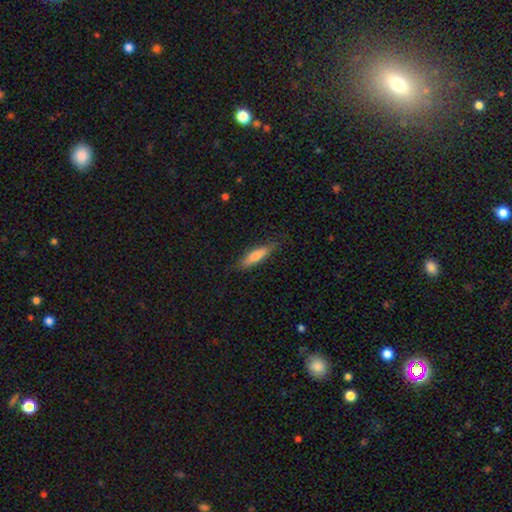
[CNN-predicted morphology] Smooth or featured?
  - smooth: 75% *
  - featured or disk: 19%
  - star or artifact: 6%
How rounded?
  - cigar-shaped: 68% *
  - in between: 30%
  - round: 2%
Merging?
  - none: 79% *
  - minor disturbance: 16%
  - major disturbance: 4%
  - merger: 1%